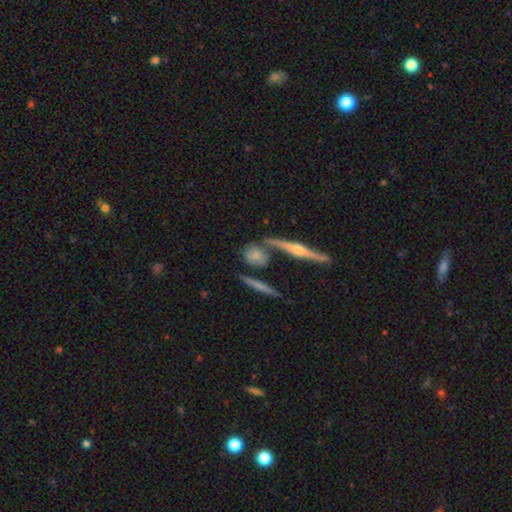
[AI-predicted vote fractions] smooth 64%, featured or disk 28%, star or artifact 8%. Down the decision tree: how rounded — round (64%); merging — none (59%).